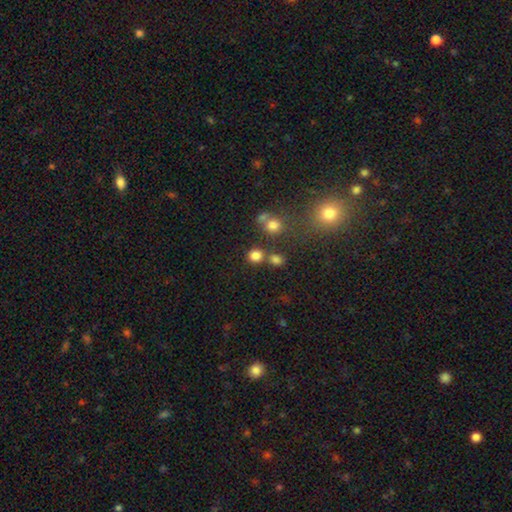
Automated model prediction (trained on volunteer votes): Smooth or featured?
  - smooth: 80% *
  - star or artifact: 15%
  - featured or disk: 6%
How rounded?
  - round: 86% *
  - in between: 13%
  - cigar-shaped: 1%
Merging?
  - none: 69% *
  - merger: 19%
  - minor disturbance: 8%
  - major disturbance: 4%